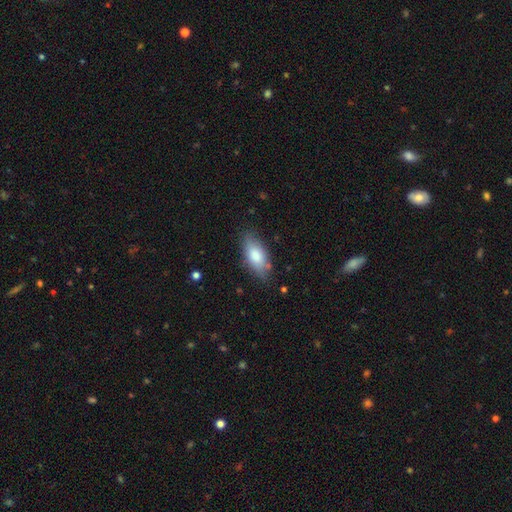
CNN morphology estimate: This appears to be a smooth galaxy with no disk features (79%) that is in between round and cigar-shaped (85%). Merging: none (75%).